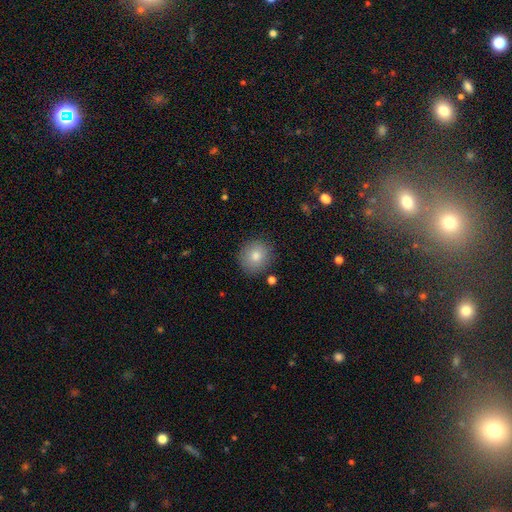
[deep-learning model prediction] A smooth galaxy with no disk features (79%) that is round (89%).

Vote fractions:
- Smooth or featured? smooth: 79% / star or artifact: 11% / featured or disk: 10%
- How rounded? round: 89% / in between: 10% / cigar-shaped: 1%
- Merging? none: 89% / minor disturbance: 8% / major disturbance: 2% / merger: 2%